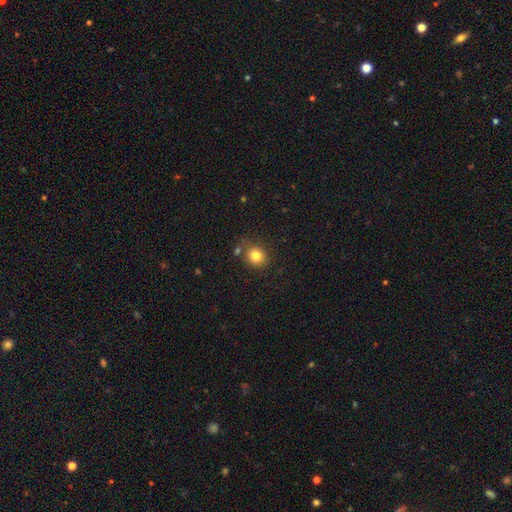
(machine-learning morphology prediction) This is clearly a smooth galaxy (82%). How rounded: clearly round (84%). Merging: likely none (77%).